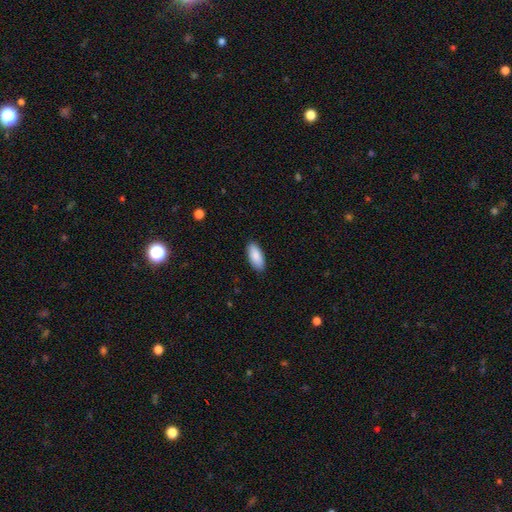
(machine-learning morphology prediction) Smooth or featured: smooth — 89% (star or artifact — 6%)
How rounded: in between — 87% (cigar-shaped — 11%)
Merging: none — 89% (minor disturbance — 8%)